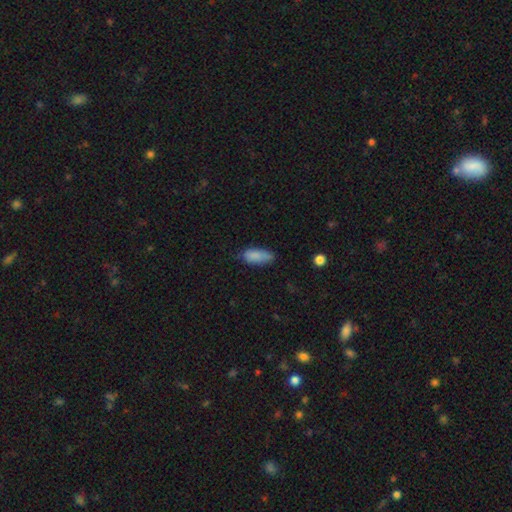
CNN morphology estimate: smooth 84%, featured or disk 8%, star or artifact 8%. Down the decision tree: how rounded — in between (83%); merging — none (55%).